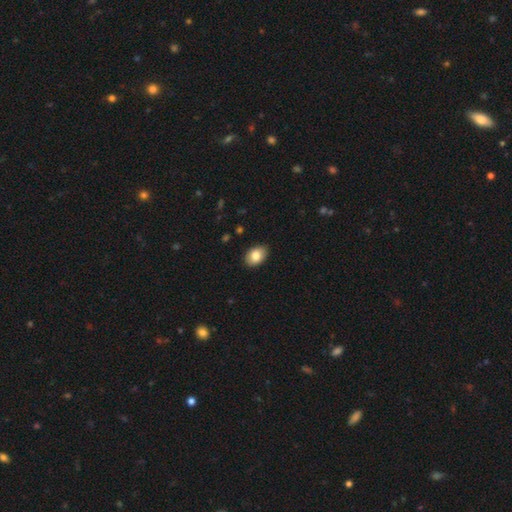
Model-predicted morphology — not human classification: This appears to be a smooth galaxy with no disk features (84%) that is in between round and cigar-shaped (85%). Merging: none (88%).